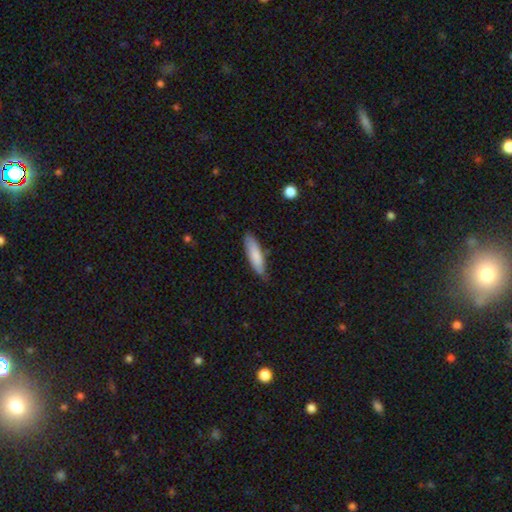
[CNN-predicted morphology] Smooth or featured: smooth — 81% (featured or disk — 14%)
How rounded: cigar-shaped — 62% (in between — 37%)
Merging: none — 75% (minor disturbance — 20%)